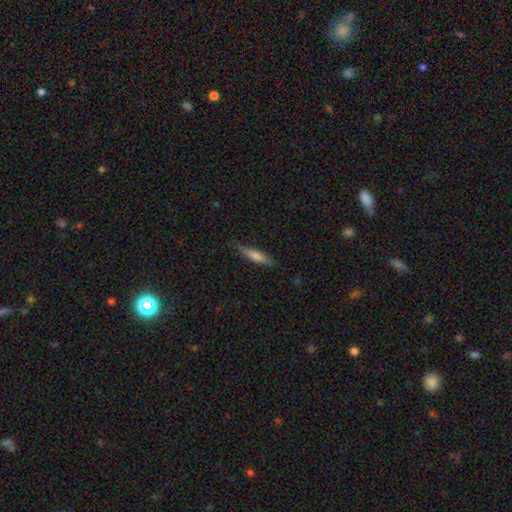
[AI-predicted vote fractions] Smooth or featured? smooth (70%)
How rounded? cigar-shaped (82%)
Merging? none (80%)